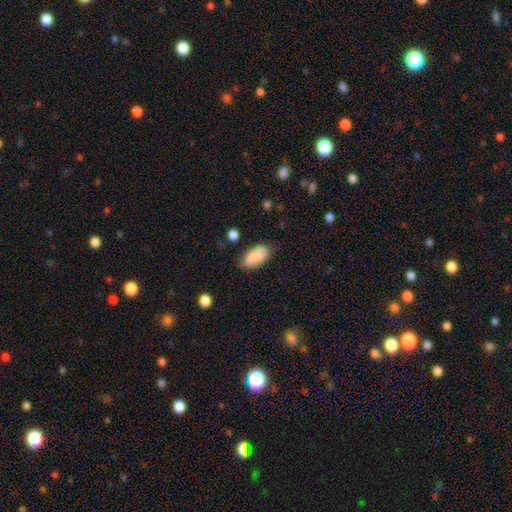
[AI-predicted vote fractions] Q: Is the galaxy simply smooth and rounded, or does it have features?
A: smooth — 84%.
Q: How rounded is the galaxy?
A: in between — 94%.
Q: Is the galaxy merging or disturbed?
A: none — 73%.